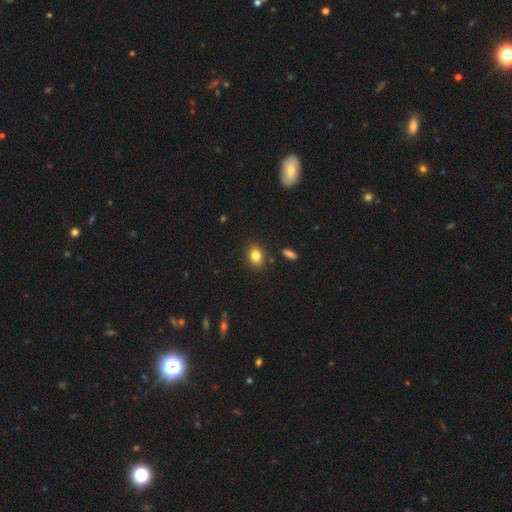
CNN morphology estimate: Smooth or featured: smooth — 82% (star or artifact — 10%)
How rounded: in between — 59% (round — 40%)
Merging: none — 86% (minor disturbance — 9%)